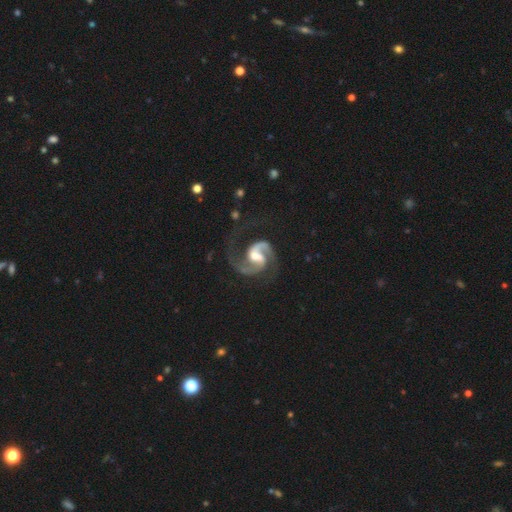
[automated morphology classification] smooth-or-featured: featured or disk: 93% | star or artifact: 4% | smooth: 3%
  disk-edge-on: no: 98% | yes: 2%
    bar: weak: 50% | strong: 27% | no: 22%
    has-spiral-arms: yes: 98% | no: 2%
      spiral-winding: medium: 63% | loose: 21% | tight: 16%
      spiral-arm-count: 2: 92% | 1: 3% | 3: 2% | can't tell: 2% | 4: 1% | more than 4: 1%
    bulge-size: moderate: 56% | small: 24% | large: 12% | none: 6% | dominant: 1%
  merging: none: 64% | major disturbance: 17% | minor disturbance: 16% | merger: 2%